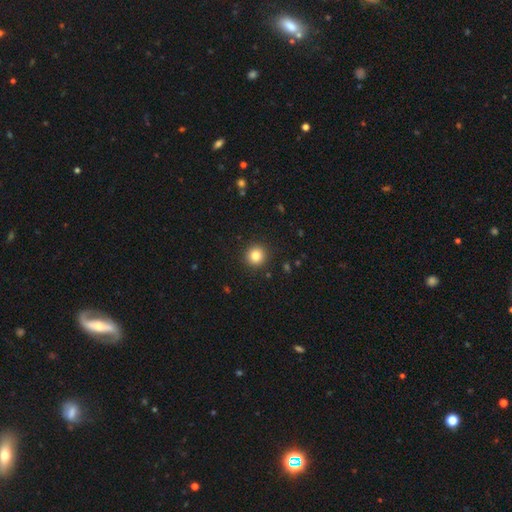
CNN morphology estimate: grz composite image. It shows a smooth galaxy with no disk features (83%) that is round (94%). Merging: none (92%).